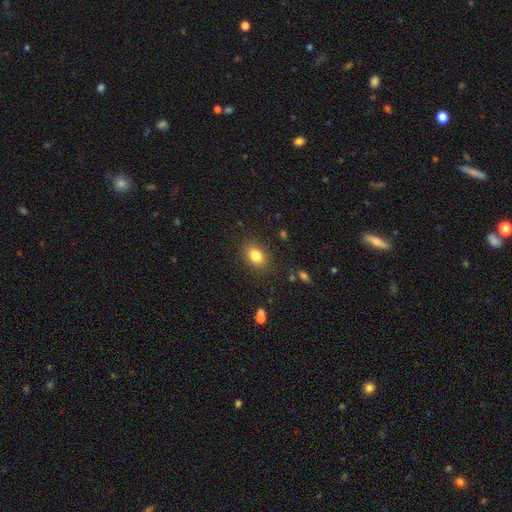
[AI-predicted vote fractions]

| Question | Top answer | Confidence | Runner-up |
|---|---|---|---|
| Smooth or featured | smooth | 83% | star or artifact (10%) |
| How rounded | in between | 70% | round (29%) |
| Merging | none | 85% | minor disturbance (11%) |